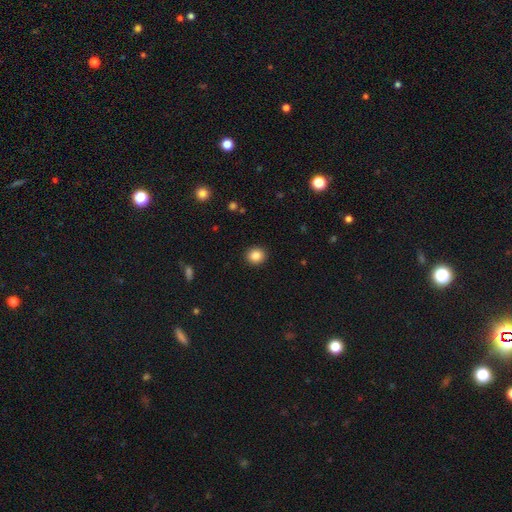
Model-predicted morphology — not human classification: Smooth or featured? Predicted: smooth (p=0.86). How rounded? Predicted: round (p=0.82). Merging? Predicted: none (p=0.92).